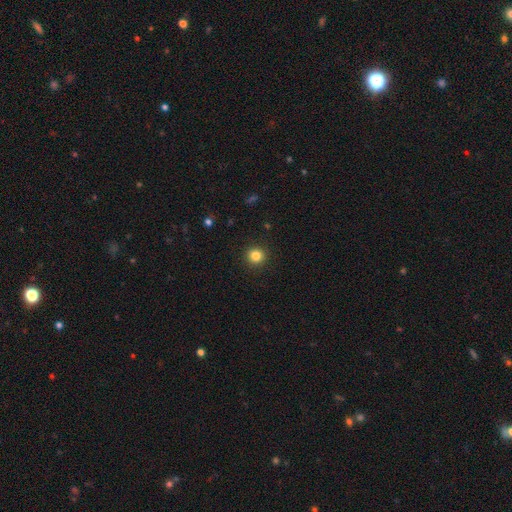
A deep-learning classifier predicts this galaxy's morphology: A smooth galaxy with no disk features (83%) that is round (94%).

Vote fractions:
- Smooth or featured? smooth: 83% / star or artifact: 12% / featured or disk: 5%
- How rounded? round: 94% / in between: 5% / cigar-shaped: 1%
- Merging? none: 92% / minor disturbance: 5% / major disturbance: 2% / merger: 1%